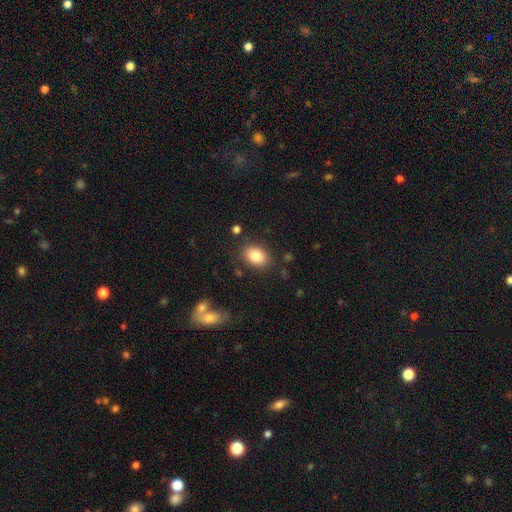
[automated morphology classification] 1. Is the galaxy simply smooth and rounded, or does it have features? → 83% smooth, 9% featured or disk, 8% star or artifact.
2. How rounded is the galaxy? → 76% in between, 23% round, 1% cigar-shaped.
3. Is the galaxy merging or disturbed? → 84% none, 10% minor disturbance, 3% major disturbance, 2% merger.